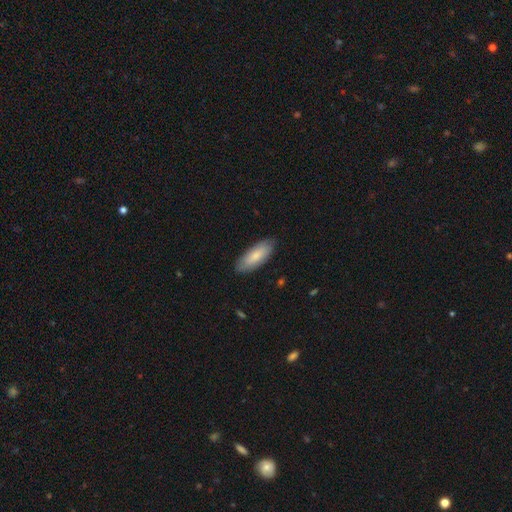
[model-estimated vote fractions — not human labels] Smooth or featured?
  - smooth: 80% *
  - featured or disk: 15%
  - star or artifact: 5%
How rounded?
  - in between: 72% *
  - cigar-shaped: 27%
  - round: 2%
Merging?
  - none: 85% *
  - minor disturbance: 12%
  - major disturbance: 2%
  - merger: 1%